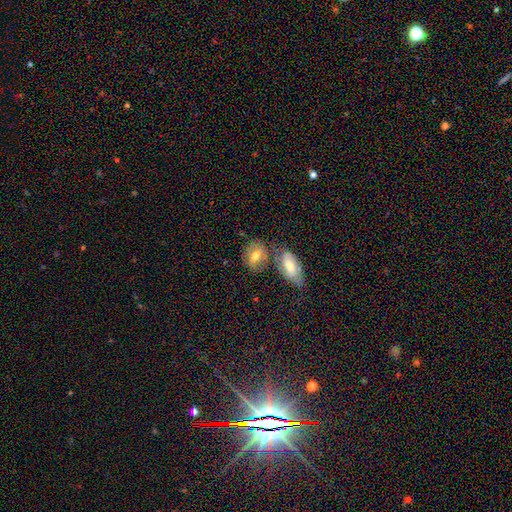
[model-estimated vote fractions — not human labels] Smooth or featured? Predicted: smooth (p=0.62). How rounded? Predicted: in between (p=0.70). Merging? Predicted: none (p=0.53).